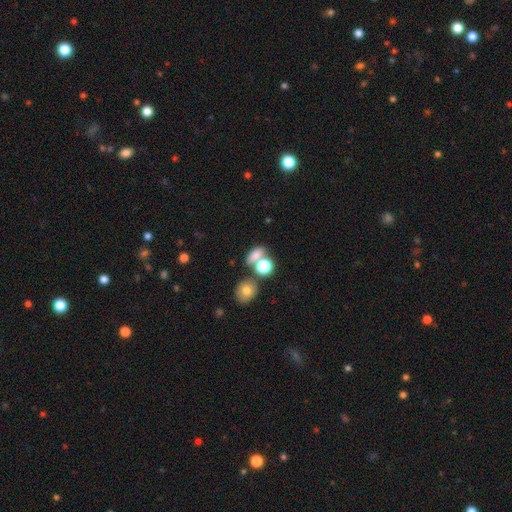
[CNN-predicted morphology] smooth 73%, star or artifact 17%, featured or disk 11%. Down the decision tree: how rounded — in between (61%); merging — none (48%).